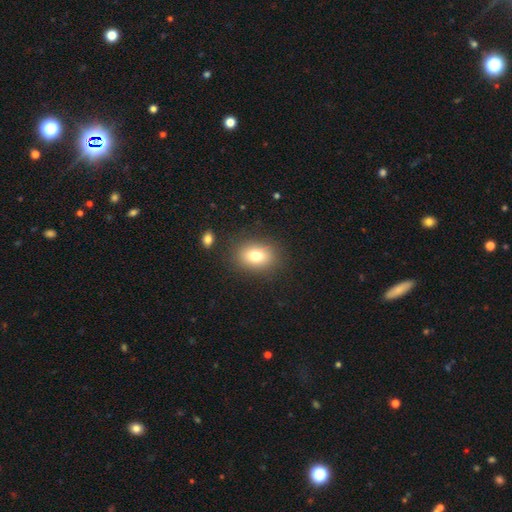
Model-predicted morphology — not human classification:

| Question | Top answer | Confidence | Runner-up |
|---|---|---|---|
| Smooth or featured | smooth | 77% | featured or disk (12%) |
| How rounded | in between | 63% | round (35%) |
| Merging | none | 85% | minor disturbance (9%) |